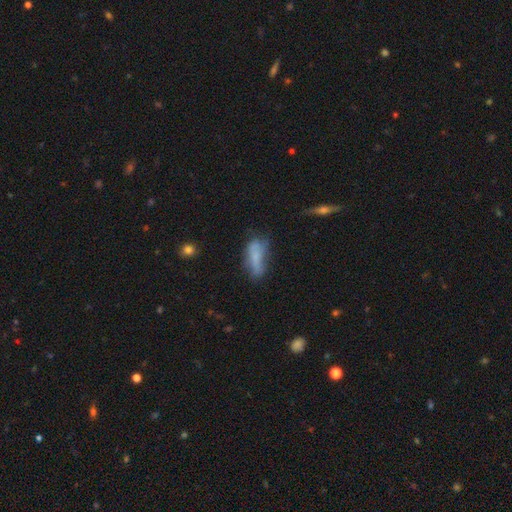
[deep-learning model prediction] Smooth or featured: smooth — 63% (featured or disk — 26%)
How rounded: in between — 58% (cigar-shaped — 39%)
Merging: none — 42% (minor disturbance — 33%)